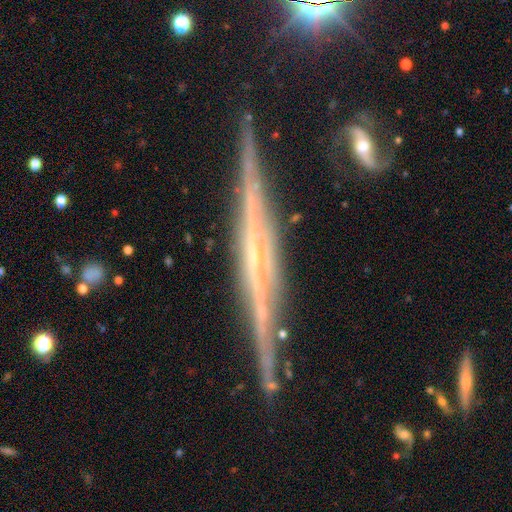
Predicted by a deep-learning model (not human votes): A featured or disk galaxy (83%) viewed edge-on (97%) with no central bulge (56%). Merging: none (87%).